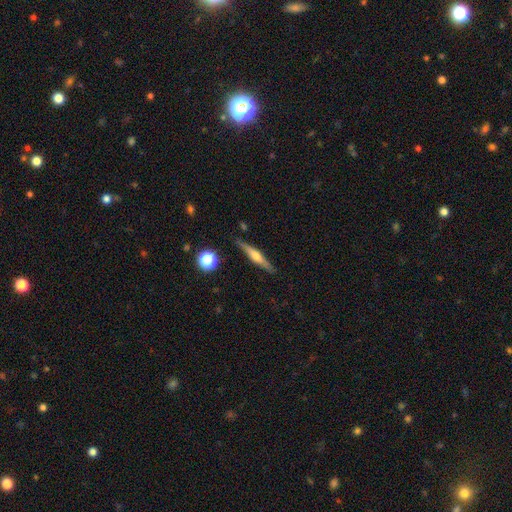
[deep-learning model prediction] This appears to be a featured or disk galaxy (60%) viewed edge-on (96%) with a rounded central bulge (80%). Merging: none (86%).